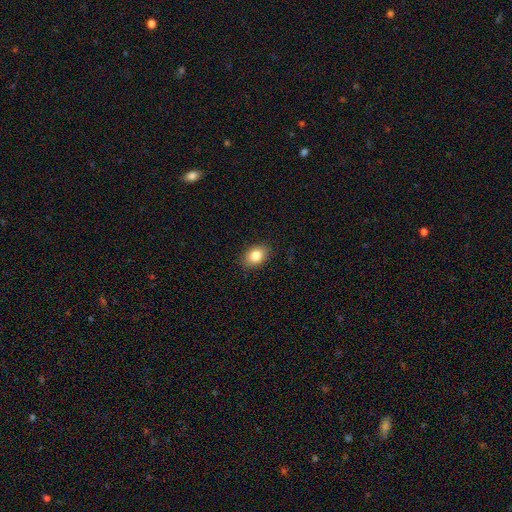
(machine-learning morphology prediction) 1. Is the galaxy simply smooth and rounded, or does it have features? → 84% smooth, 9% star or artifact, 8% featured or disk.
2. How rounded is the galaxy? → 77% in between, 21% round, 1% cigar-shaped.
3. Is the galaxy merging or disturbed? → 88% none, 9% minor disturbance, 2% major disturbance, 1% merger.